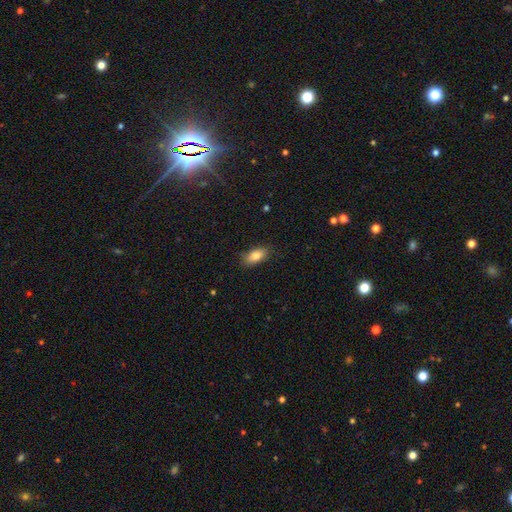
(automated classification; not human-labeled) Smooth or featured? smooth (84%)
How rounded? in between (85%)
Merging? none (82%)